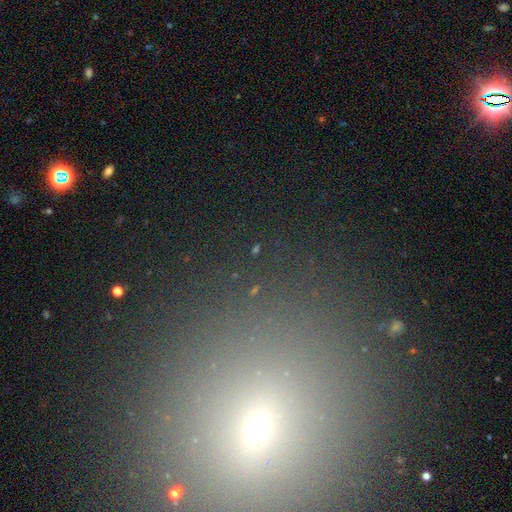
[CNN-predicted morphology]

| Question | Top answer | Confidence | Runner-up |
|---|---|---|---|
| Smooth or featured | smooth | 46% | star or artifact (42%) |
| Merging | none | 88% | minor disturbance (7%) |